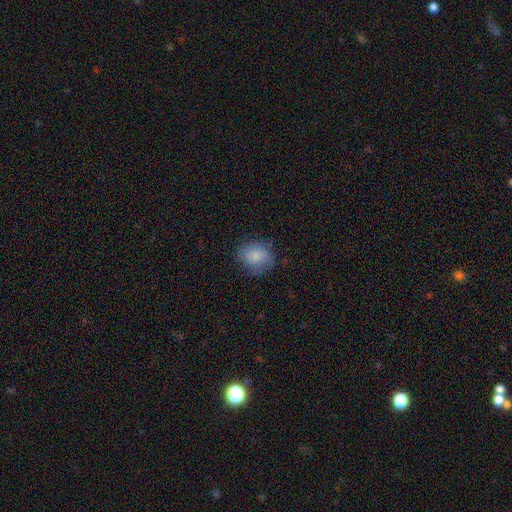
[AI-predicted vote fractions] Smooth or featured? Predicted: smooth (p=0.81). How rounded? Predicted: round (p=0.59). Merging? Predicted: none (p=0.72).